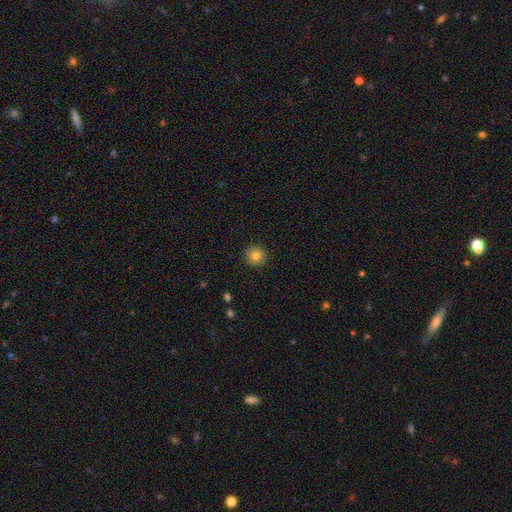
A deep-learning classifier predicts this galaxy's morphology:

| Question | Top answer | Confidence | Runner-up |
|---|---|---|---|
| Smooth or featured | smooth | 81% | star or artifact (10%) |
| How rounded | round | 94% | in between (5%) |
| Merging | none | 92% | minor disturbance (6%) |